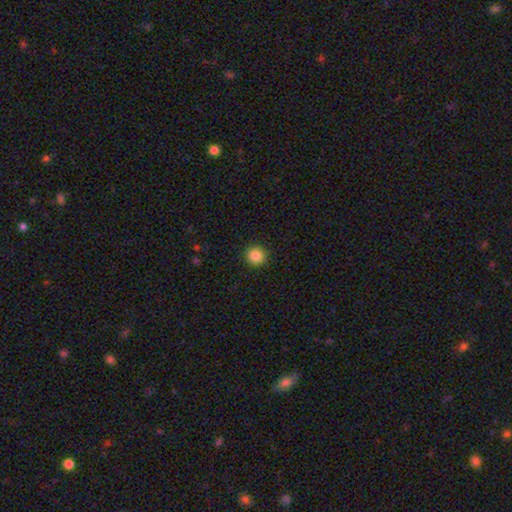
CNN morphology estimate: This appears to be a smooth galaxy with no disk features (85%) that is round (93%). Merging: none (92%).